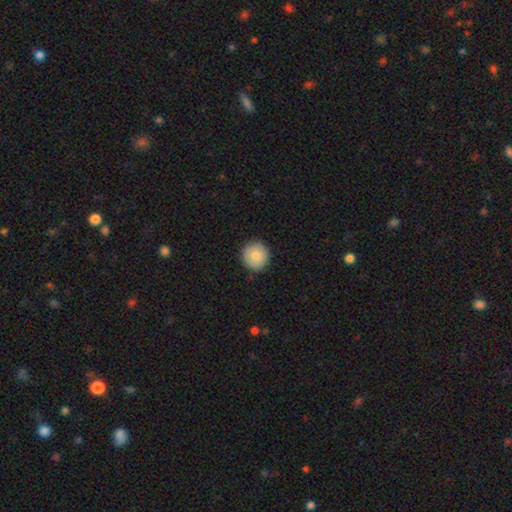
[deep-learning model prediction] smooth 86%, featured or disk 7%, star or artifact 7%. Down the decision tree: how rounded — round (92%); merging — none (90%).